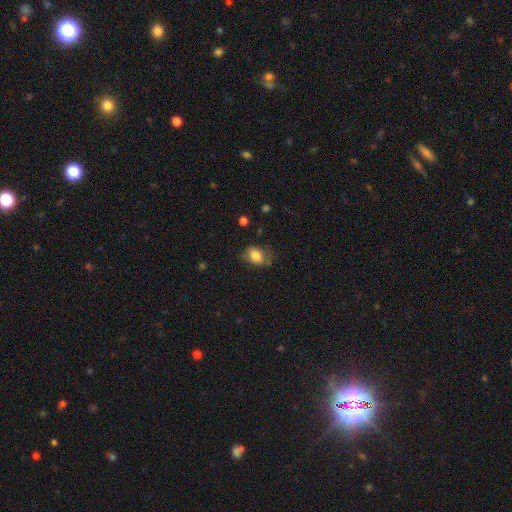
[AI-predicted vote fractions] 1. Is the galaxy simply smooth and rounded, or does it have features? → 80% smooth, 11% featured or disk, 8% star or artifact.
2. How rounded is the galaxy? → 73% in between, 25% round, 1% cigar-shaped.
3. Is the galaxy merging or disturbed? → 58% none, 29% minor disturbance, 12% major disturbance, 2% merger.